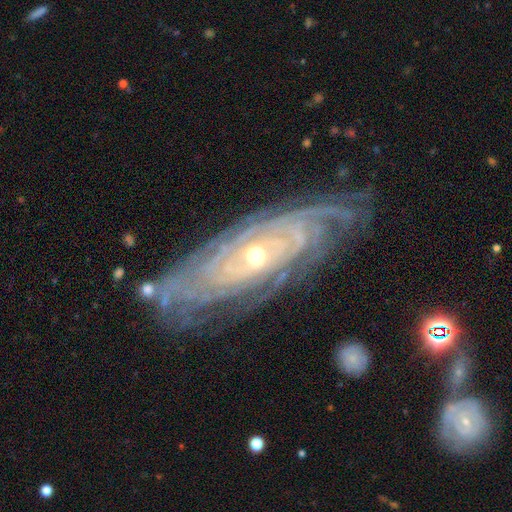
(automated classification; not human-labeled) The model was most divided on "bulge size": small: 56%, moderate: 40%, large: 2%, none: 1%, dominant: 1%. Remaining: spiral arms — yes (95%); smooth or featured — featured or disk (88%); edge-on disk — no (86%); spiral winding — tight (81%); merging — none (77%); bar — no (72%); spiral arm count — can't tell (42%).